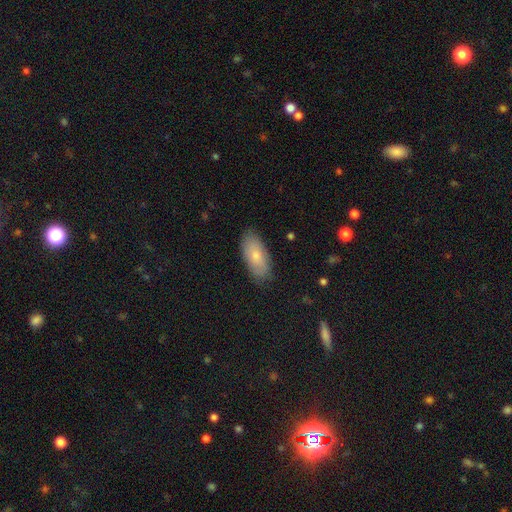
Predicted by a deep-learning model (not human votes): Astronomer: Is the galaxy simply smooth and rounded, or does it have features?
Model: smooth — 76%.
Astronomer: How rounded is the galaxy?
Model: in between — 89%.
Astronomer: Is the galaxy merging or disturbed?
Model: none — 84%.